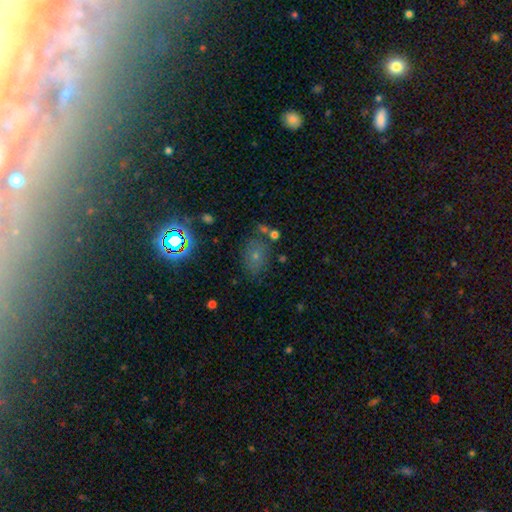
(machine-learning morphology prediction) smooth 45%, star or artifact 38%, featured or disk 17%. Down the decision tree: merging — none (72%).